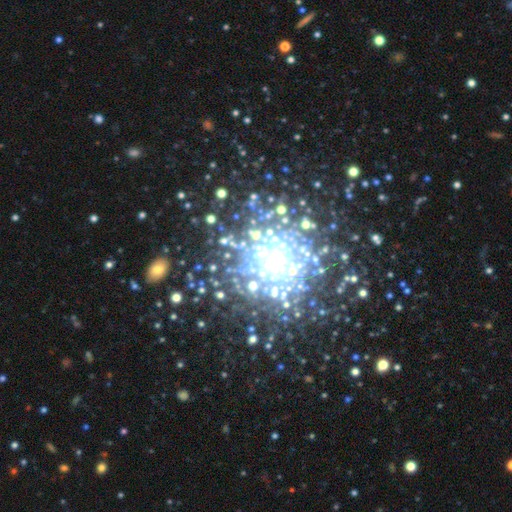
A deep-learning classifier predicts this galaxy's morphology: This is possibly a featured or disk galaxy (49%). Merging: likely none (63%).